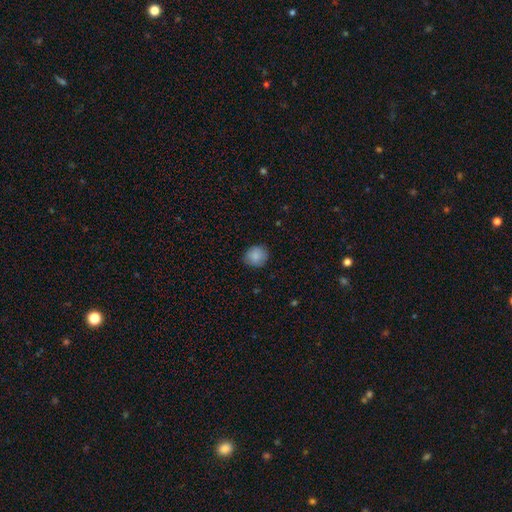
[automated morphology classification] Smooth or featured?
  - smooth: 88% *
  - star or artifact: 8%
  - featured or disk: 4%
How rounded?
  - round: 84% *
  - in between: 15%
  - cigar-shaped: 1%
Merging?
  - none: 86% *
  - minor disturbance: 10%
  - major disturbance: 2%
  - merger: 1%